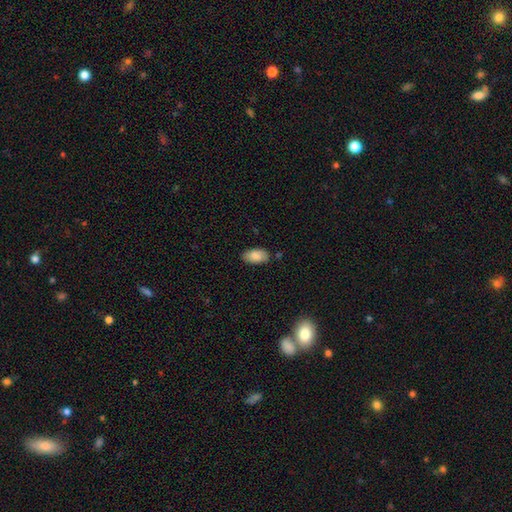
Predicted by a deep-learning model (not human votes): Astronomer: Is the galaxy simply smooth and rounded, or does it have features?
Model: smooth — 87%.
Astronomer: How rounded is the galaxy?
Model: in between — 95%.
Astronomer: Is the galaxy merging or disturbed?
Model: none — 81%.